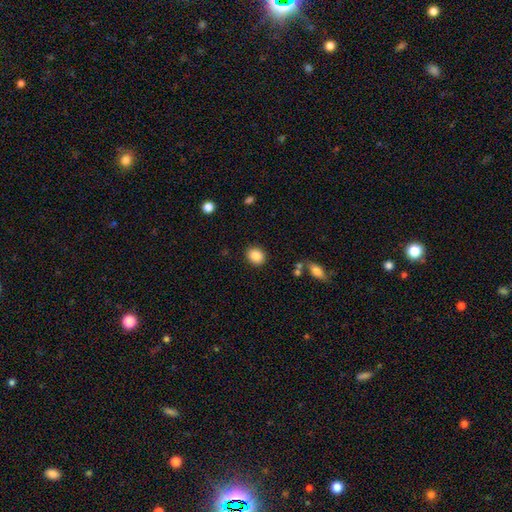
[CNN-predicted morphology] type=smooth (86%); roundness=round (60%); merging=none (88%).